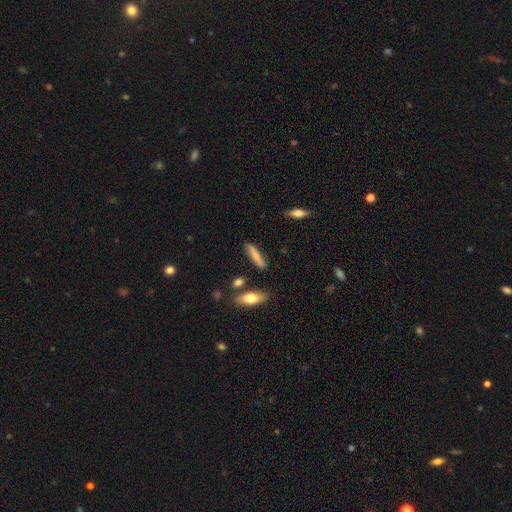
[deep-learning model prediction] smooth_or_featured: smooth (p=0.73) [alt: featured or disk p=0.20]
how_rounded: cigar-shaped (p=0.84) [alt: in between p=0.14]
merging: none (p=0.80) [alt: minor disturbance p=0.13]